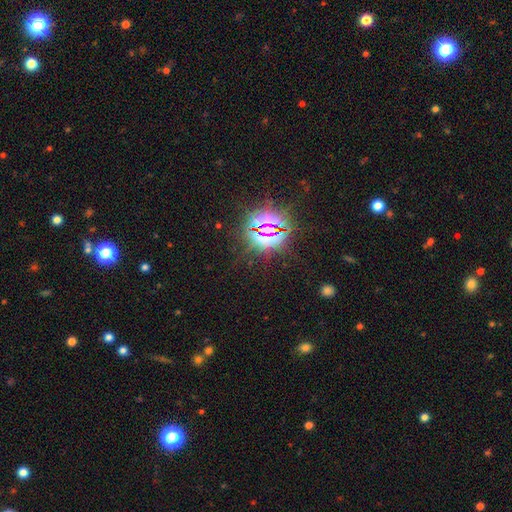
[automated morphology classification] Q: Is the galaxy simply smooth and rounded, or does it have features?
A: star or artifact — 82%.